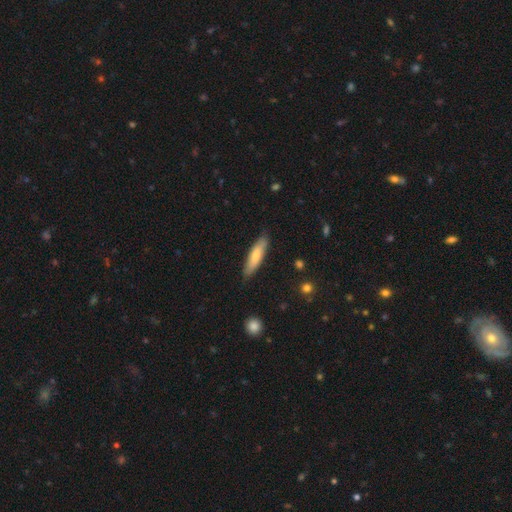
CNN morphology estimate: Smooth or featured: smooth — 74% (featured or disk — 21%)
How rounded: cigar-shaped — 74% (in between — 24%)
Merging: none — 85% (minor disturbance — 12%)